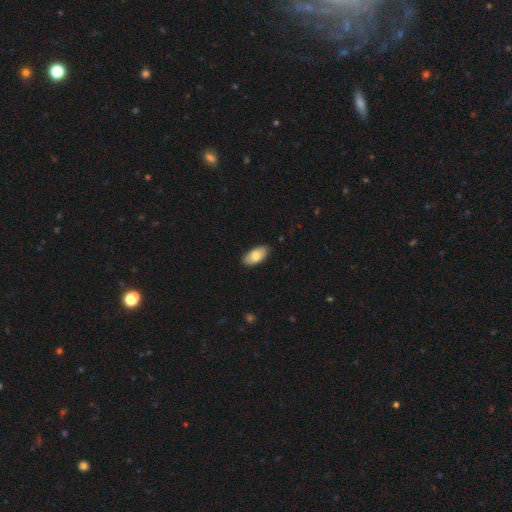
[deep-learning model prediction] A smooth galaxy with no disk features (79%) that is in between round and cigar-shaped (94%). Merging: none (87%).